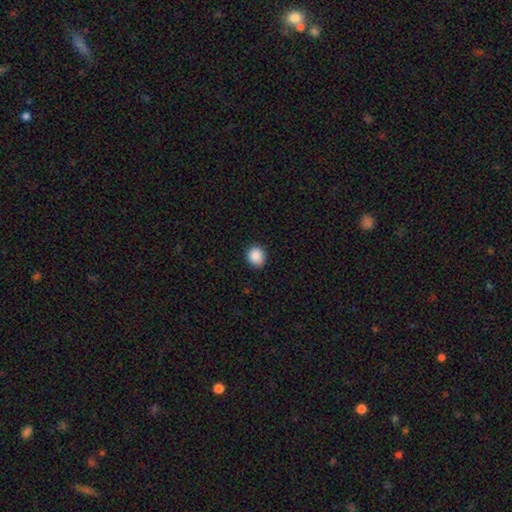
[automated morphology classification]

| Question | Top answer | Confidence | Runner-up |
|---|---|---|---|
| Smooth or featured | smooth | 88% | star or artifact (9%) |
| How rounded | round | 81% | in between (18%) |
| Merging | none | 85% | minor disturbance (12%) |